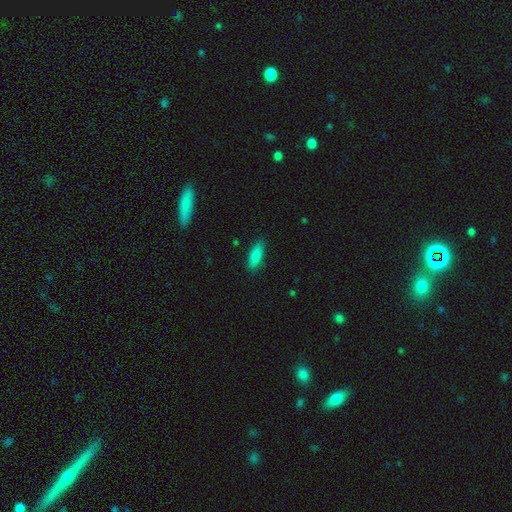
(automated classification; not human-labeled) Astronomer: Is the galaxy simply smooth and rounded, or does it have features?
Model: smooth — 86%.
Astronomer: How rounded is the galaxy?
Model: in between — 65%.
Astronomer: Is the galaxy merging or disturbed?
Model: none — 87%.